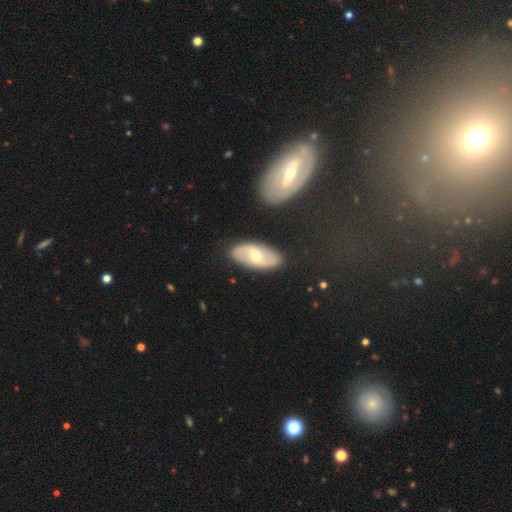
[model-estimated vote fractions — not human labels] A featured or disk galaxy (65%) with a weak bar (42%, tied with no), spiral arms (80%) and a moderate central bulge (58%). Merging: none (85%).